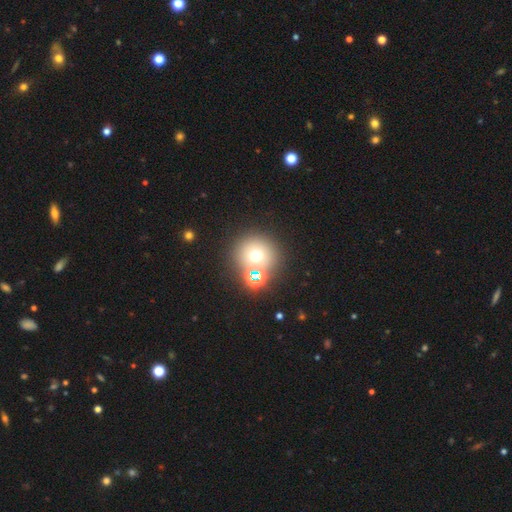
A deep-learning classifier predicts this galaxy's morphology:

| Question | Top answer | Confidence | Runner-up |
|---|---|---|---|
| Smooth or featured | smooth | 59% | star or artifact (27%) |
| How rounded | round | 92% | in between (7%) |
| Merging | none | 69% | merger (19%) |